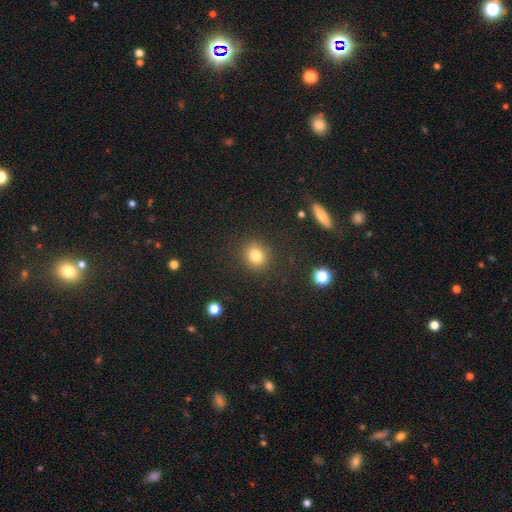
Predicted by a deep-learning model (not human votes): smooth-or-featured: smooth: 80% | star or artifact: 13% | featured or disk: 7%
  how-rounded: round: 80% | in between: 19% | cigar-shaped: 1%
  merging: none: 86% | minor disturbance: 9% | major disturbance: 3% | merger: 2%